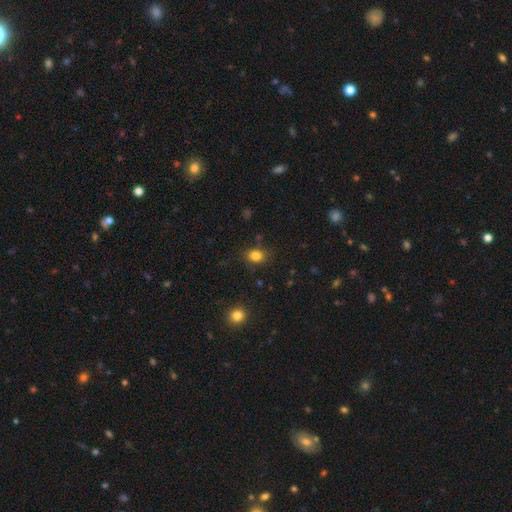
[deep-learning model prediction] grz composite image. It shows a smooth galaxy with no disk features (82%) that is in between round and cigar-shaped (53%). Merging: none (81%).